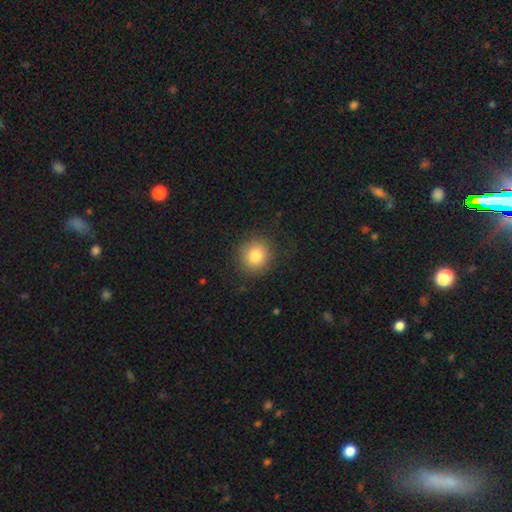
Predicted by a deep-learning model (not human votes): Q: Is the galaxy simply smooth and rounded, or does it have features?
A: smooth — 82%.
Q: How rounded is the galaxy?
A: round — 89%.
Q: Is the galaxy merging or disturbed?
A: none — 87%.